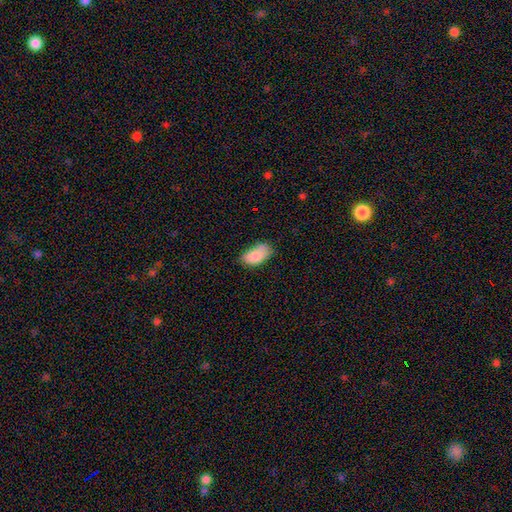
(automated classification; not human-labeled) Smooth or featured?
  - smooth: 85% *
  - featured or disk: 8%
  - star or artifact: 7%
How rounded?
  - in between: 94% *
  - round: 4%
  - cigar-shaped: 2%
Merging?
  - none: 58% *
  - minor disturbance: 32%
  - major disturbance: 7%
  - merger: 3%